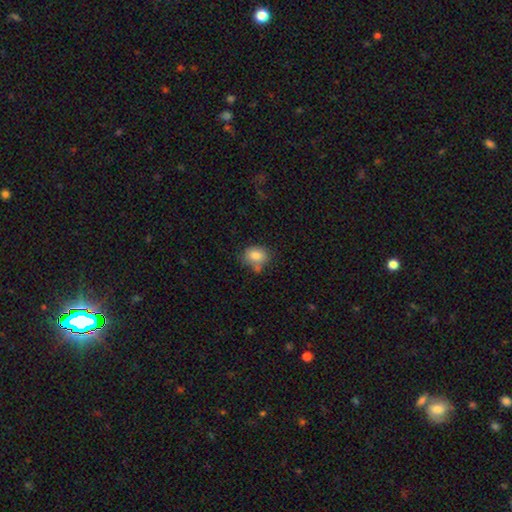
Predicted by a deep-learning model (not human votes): This appears to be a smooth galaxy with no disk features (83%) that is in between round and cigar-shaped (59%). Merging: none (58%).